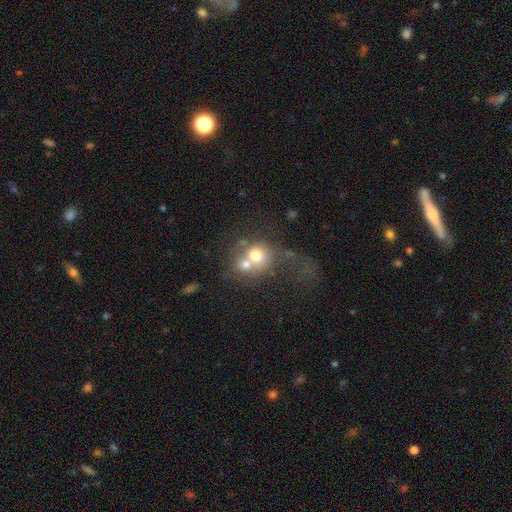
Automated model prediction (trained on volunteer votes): Smooth or featured?
  - smooth: 61% *
  - featured or disk: 28%
  - star or artifact: 12%
How rounded?
  - round: 72% *
  - in between: 27%
  - cigar-shaped: 1%
Merging?
  - merger: 62% *
  - none: 18%
  - major disturbance: 12%
  - minor disturbance: 8%